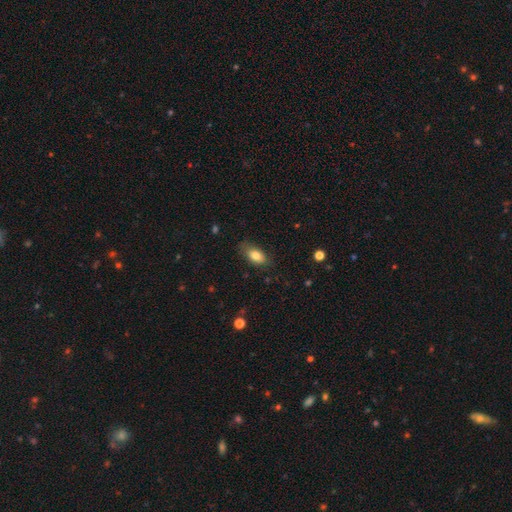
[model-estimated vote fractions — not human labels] smooth 82%, featured or disk 11%, star or artifact 7%. Down the decision tree: how rounded — in between (89%); merging — none (78%).